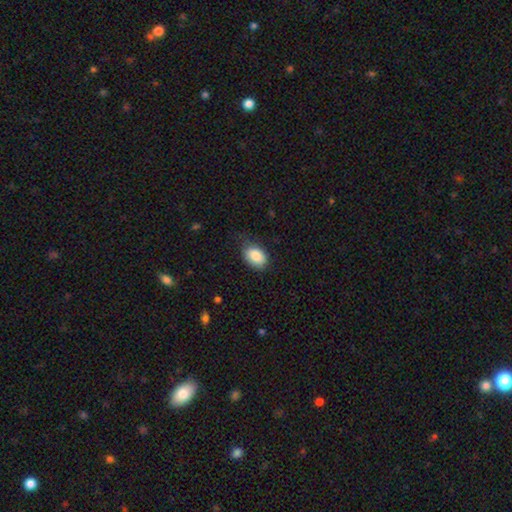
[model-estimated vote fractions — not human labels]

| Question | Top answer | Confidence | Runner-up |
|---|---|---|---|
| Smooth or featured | smooth | 87% | star or artifact (7%) |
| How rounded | in between | 86% | round (13%) |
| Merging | none | 71% | minor disturbance (23%) |